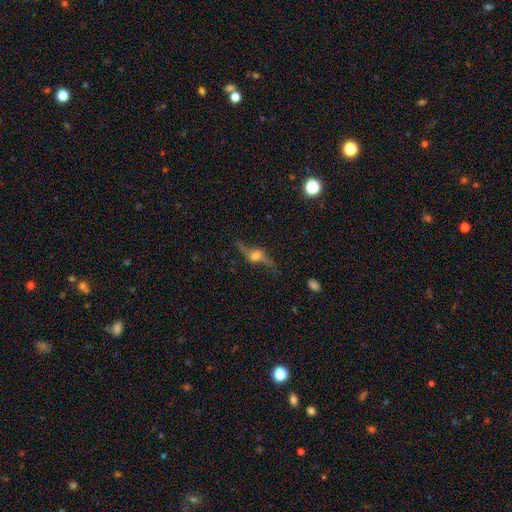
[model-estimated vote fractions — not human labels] This is likely a featured or disk galaxy (77%). It is likely viewed edge-on (70%). Edge-on bulge: clearly rounded (94%). Merging: likely none (72%).